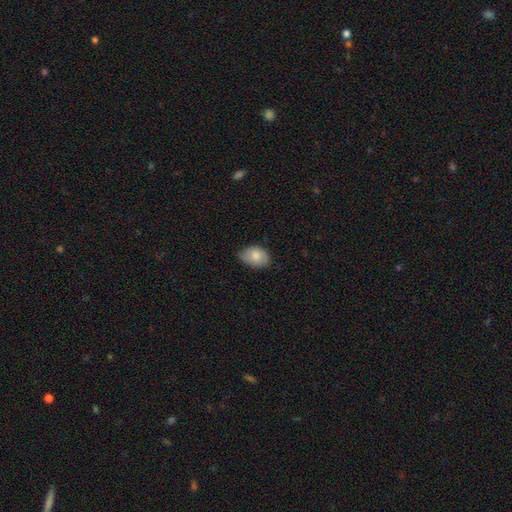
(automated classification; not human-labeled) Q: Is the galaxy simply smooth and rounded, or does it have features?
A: smooth — 82%.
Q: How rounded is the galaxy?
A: in between — 82%.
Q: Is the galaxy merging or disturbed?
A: none — 63%.